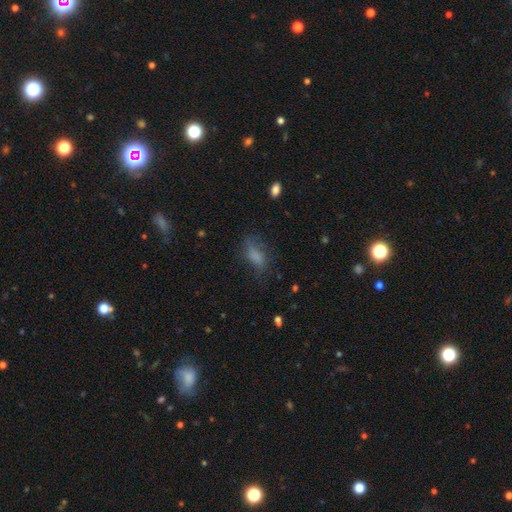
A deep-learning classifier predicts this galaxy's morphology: Smooth or featured? smooth (74%)
How rounded? in between (79%)
Merging? none (57%)